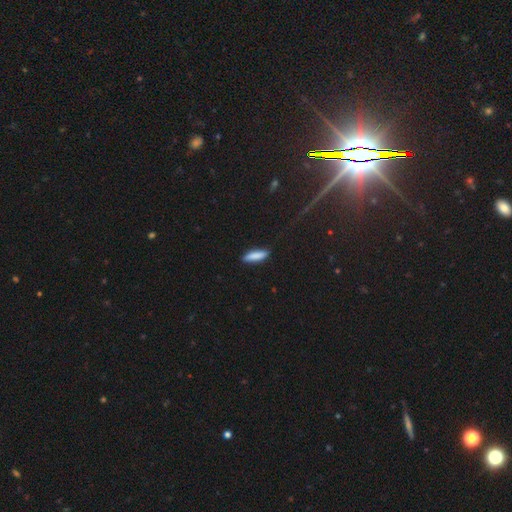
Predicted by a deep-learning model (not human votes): Smooth or featured?
  - smooth: 84% *
  - featured or disk: 9%
  - star or artifact: 6%
How rounded?
  - cigar-shaped: 70% *
  - in between: 28%
  - round: 2%
Merging?
  - none: 87% *
  - minor disturbance: 10%
  - major disturbance: 2%
  - merger: 1%